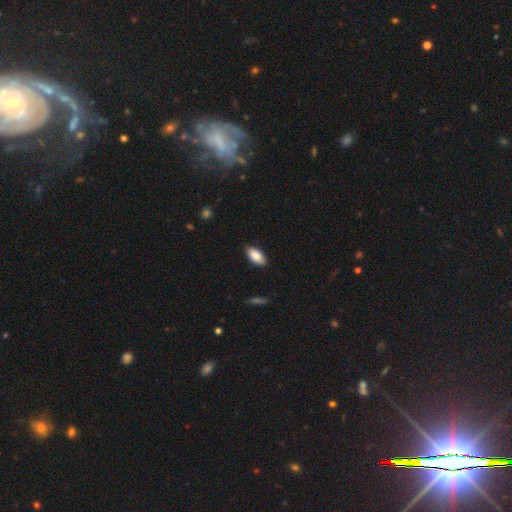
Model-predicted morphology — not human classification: smooth 88%, featured or disk 6%, star or artifact 6%. Down the decision tree: how rounded — in between (92%); merging — none (87%).